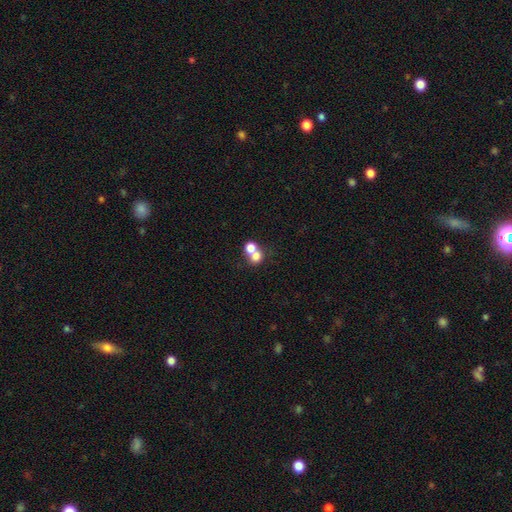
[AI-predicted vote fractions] The model was most divided on "merging": merger: 59%, none: 32%, minor disturbance: 6%, major disturbance: 4%. More confident: smooth or featured — smooth (72%); how rounded — round (66%).